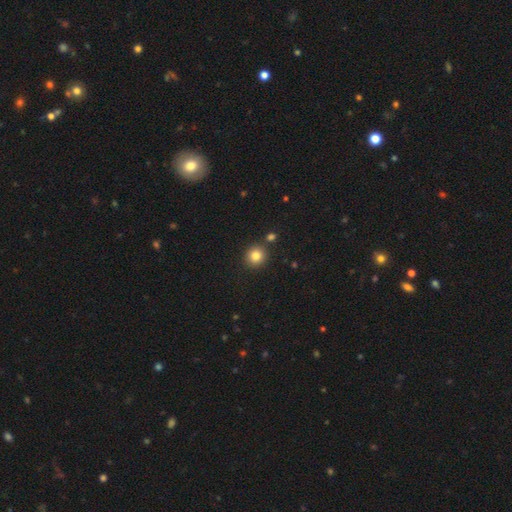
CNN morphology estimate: Overall: smooth (82%). How rounded: round (90%). Merging: none (85%).